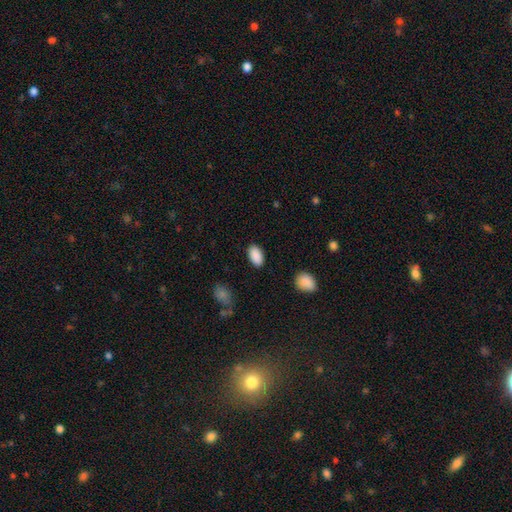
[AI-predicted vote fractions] The model was most divided on "merging": none: 88%, minor disturbance: 8%, major disturbance: 2%, merger: 1%. More confident: how rounded — in between (94%); smooth or featured — smooth (90%).